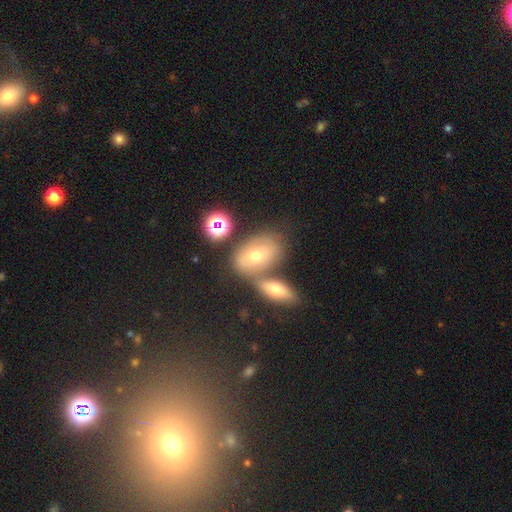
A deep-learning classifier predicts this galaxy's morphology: This is possibly a smooth galaxy (56%). How rounded: clearly in between (83%). Merging: possibly none (46%).